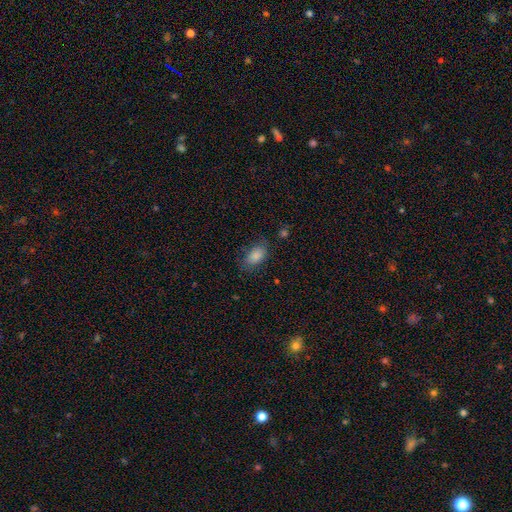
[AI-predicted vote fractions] The model was most divided on "merging": none: 68%, minor disturbance: 22%, major disturbance: 8%, merger: 2%. More confident: how rounded — in between (90%); smooth or featured — smooth (84%).